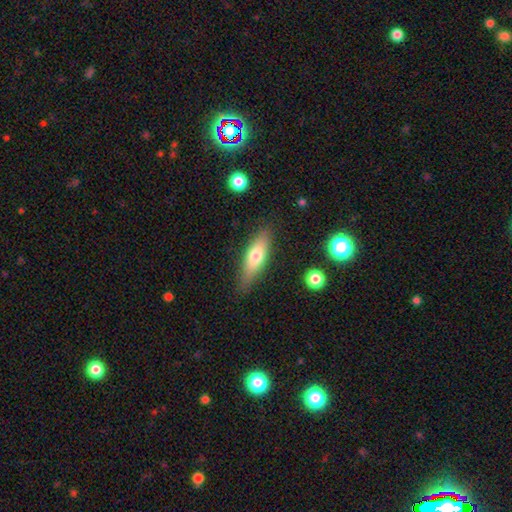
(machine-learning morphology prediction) This is likely a smooth galaxy (66%). How rounded: possibly cigar-shaped (49%, tied with in between). Merging: clearly none (81%).